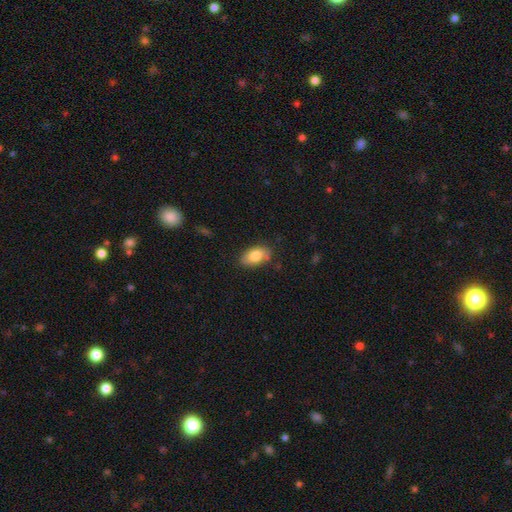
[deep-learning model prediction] Q: Smooth or featured?
A: smooth (81%); runner-up: featured or disk (13%)
Q: How rounded?
A: in between (92%); runner-up: round (6%)
Q: Merging?
A: none (78%); runner-up: minor disturbance (17%)